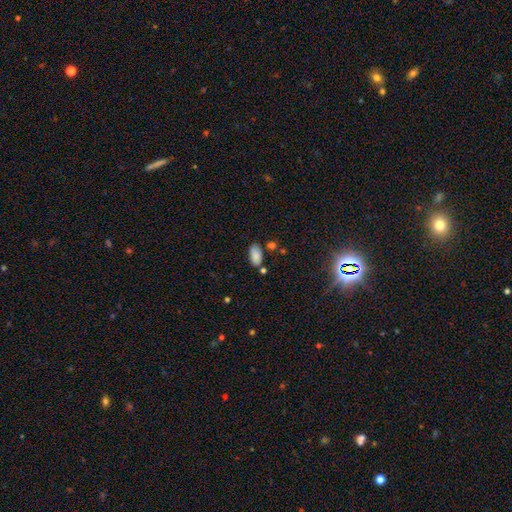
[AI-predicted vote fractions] Smooth or featured? Predicted: smooth (p=0.84). How rounded? Predicted: in between (p=0.93). Merging? Predicted: none (p=0.65).